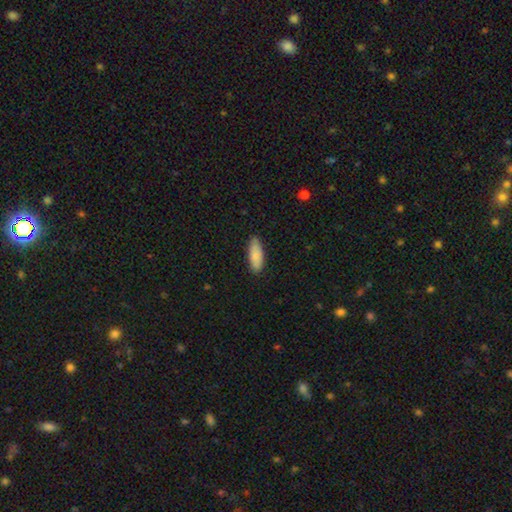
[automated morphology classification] A smooth galaxy with no disk features (83%) that is in between round and cigar-shaped (75%).

Vote fractions:
- Smooth or featured? smooth: 83% / featured or disk: 11% / star or artifact: 6%
- How rounded? in between: 75% / cigar-shaped: 23% / round: 2%
- Merging? none: 84% / minor disturbance: 13% / major disturbance: 2% / merger: 1%